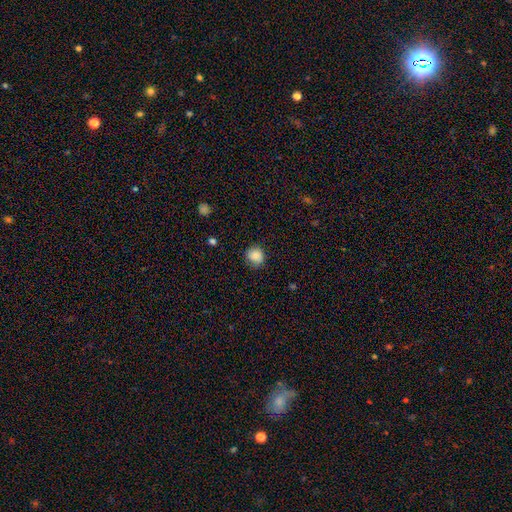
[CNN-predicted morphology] Smooth or featured: smooth — 85% (star or artifact — 9%)
How rounded: round — 85% (in between — 14%)
Merging: none — 77% (minor disturbance — 18%)